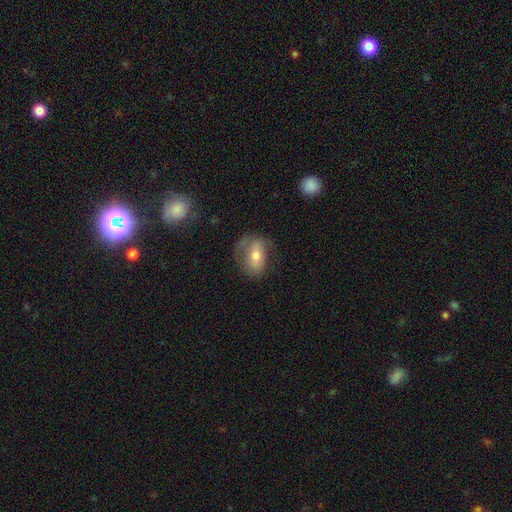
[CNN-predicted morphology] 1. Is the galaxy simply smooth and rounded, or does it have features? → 54% smooth, 37% featured or disk, 8% star or artifact.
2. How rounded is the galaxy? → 76% in between, 20% round, 3% cigar-shaped.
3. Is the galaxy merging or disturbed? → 57% none, 25% minor disturbance, 16% major disturbance, 2% merger.